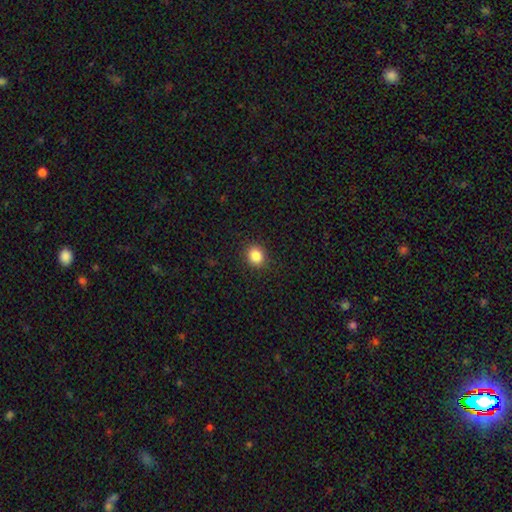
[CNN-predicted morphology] A smooth galaxy with no disk features (85%) that is round (80%). Merging: none (90%).